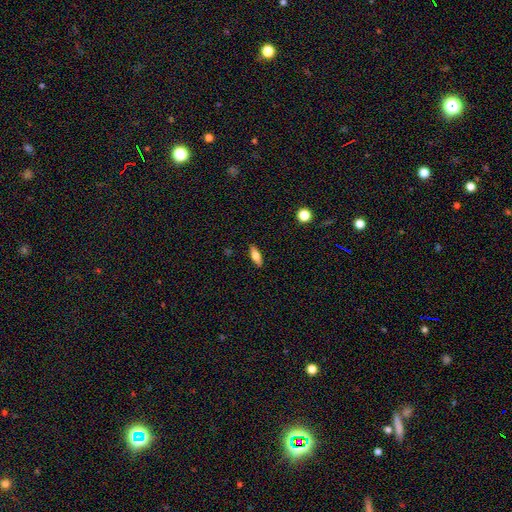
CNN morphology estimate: type=smooth (70%); roundness=in between (68%); merging=none (89%).